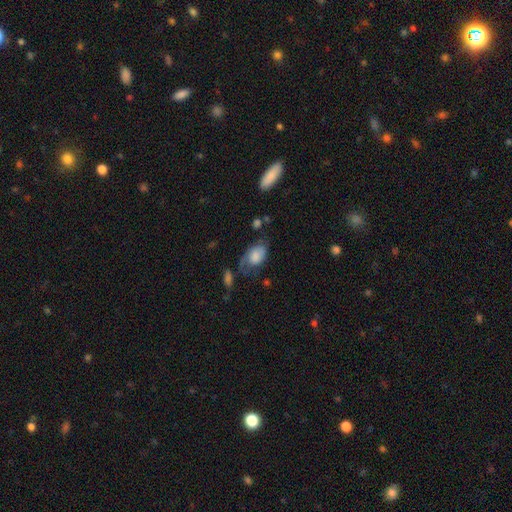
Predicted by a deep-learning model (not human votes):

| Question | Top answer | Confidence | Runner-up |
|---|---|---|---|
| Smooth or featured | smooth | 62% | featured or disk (29%) |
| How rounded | in between | 86% | round (12%) |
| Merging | none | 34% | major disturbance (31%) |